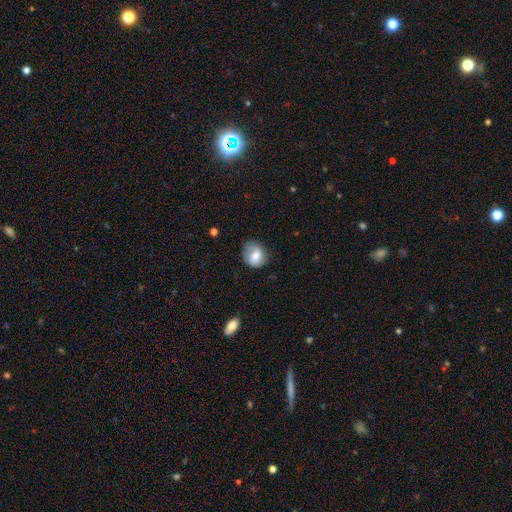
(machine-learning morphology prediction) Smooth or featured?
  - smooth: 69% *
  - featured or disk: 23%
  - star or artifact: 8%
How rounded?
  - round: 64% *
  - in between: 35%
  - cigar-shaped: 1%
Merging?
  - none: 58% *
  - minor disturbance: 30%
  - major disturbance: 11%
  - merger: 2%